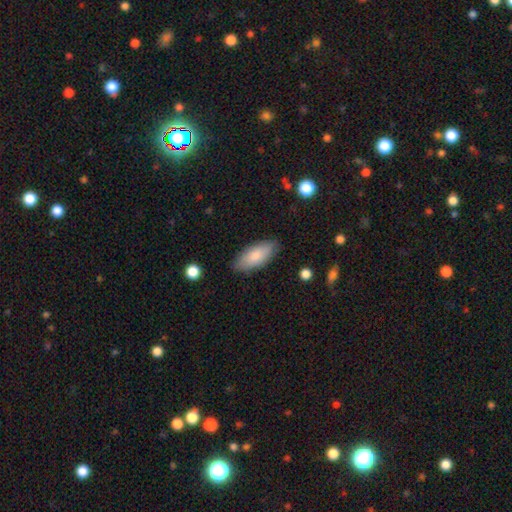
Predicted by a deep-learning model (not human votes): Smooth or featured? Predicted: smooth (p=0.80). How rounded? Predicted: in between (p=0.82). Merging? Predicted: none (p=0.83).